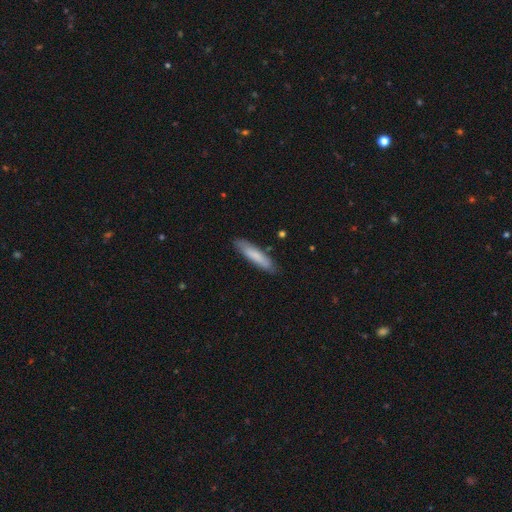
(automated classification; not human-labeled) smooth 78%, featured or disk 16%, star or artifact 6%. Down the decision tree: how rounded — cigar-shaped (82%); merging — none (84%).